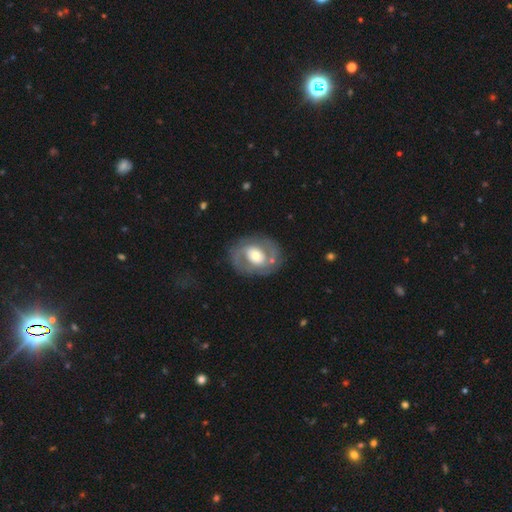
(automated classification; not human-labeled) Overall: featured or disk (73%). Edge-on disk: no (96%). Bar: no (62%; weak 27%). Spiral arms: yes (72%). Spiral arm count: 2 (81%). Spiral winding: medium (44%; tight 38%). Bulge size: moderate (59%; large 22%). Merging: none (76%).